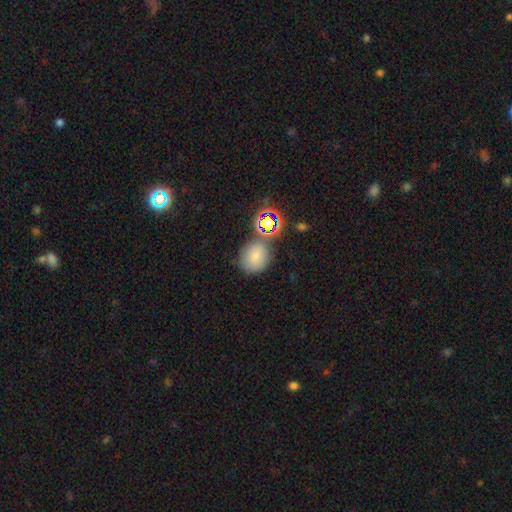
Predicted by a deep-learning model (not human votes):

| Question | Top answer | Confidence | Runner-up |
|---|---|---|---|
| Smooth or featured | smooth | 72% | star or artifact (19%) |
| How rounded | round | 70% | in between (28%) |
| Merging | none | 68% | minor disturbance (14%) |